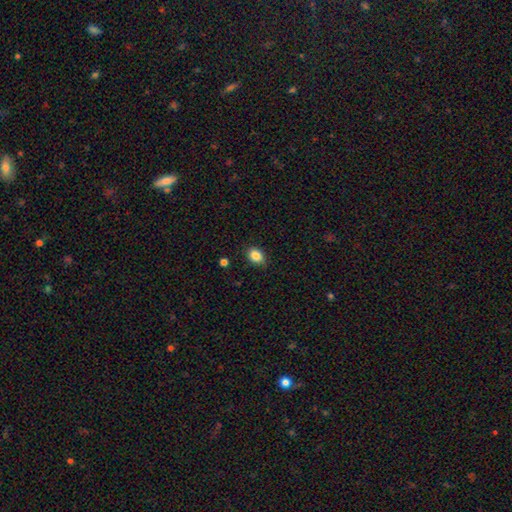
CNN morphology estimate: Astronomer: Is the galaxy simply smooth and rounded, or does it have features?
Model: smooth — 85%.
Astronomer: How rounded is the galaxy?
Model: in between — 63%.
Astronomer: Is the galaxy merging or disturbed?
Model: none — 84%.